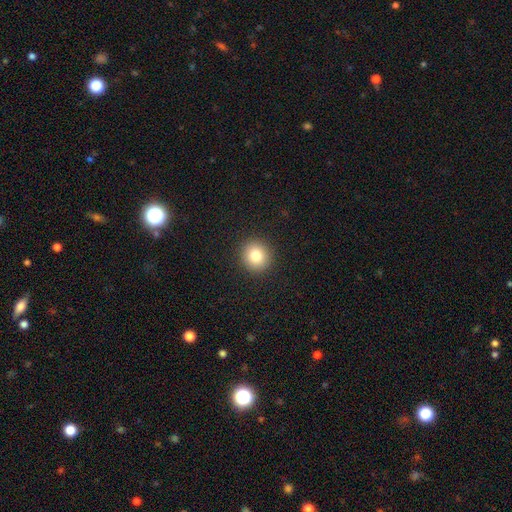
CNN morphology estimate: Q: Smooth or featured?
A: smooth (81%); runner-up: star or artifact (11%)
Q: How rounded?
A: round (91%); runner-up: in between (8%)
Q: Merging?
A: none (92%); runner-up: minor disturbance (5%)